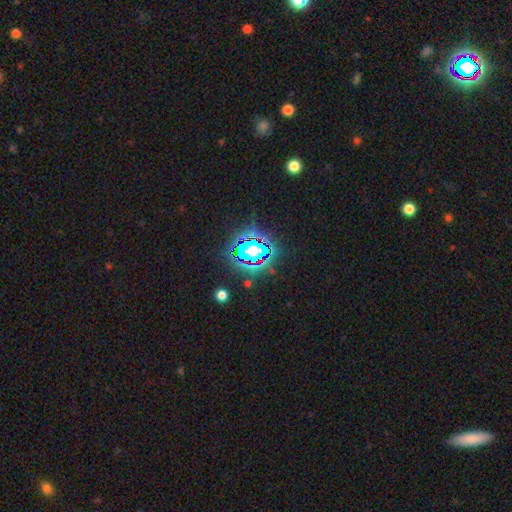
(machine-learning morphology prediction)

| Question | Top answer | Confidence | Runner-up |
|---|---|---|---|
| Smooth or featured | star or artifact | 61% | smooth (24%) |